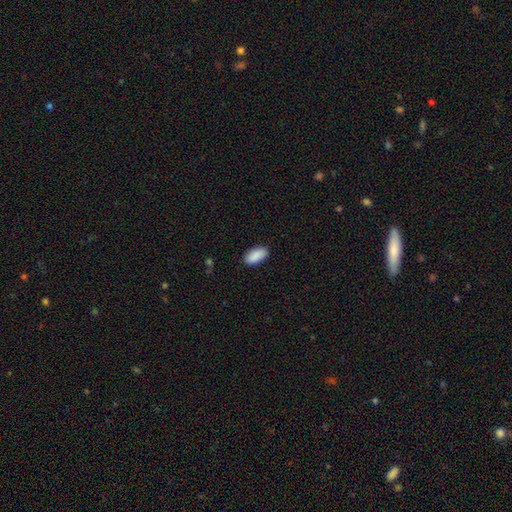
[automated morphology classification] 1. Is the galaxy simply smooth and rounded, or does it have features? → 91% smooth, 6% star or artifact, 3% featured or disk.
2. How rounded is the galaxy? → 93% in between, 5% cigar-shaped, 2% round.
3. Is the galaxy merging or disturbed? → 88% none, 9% minor disturbance, 2% major disturbance, 1% merger.